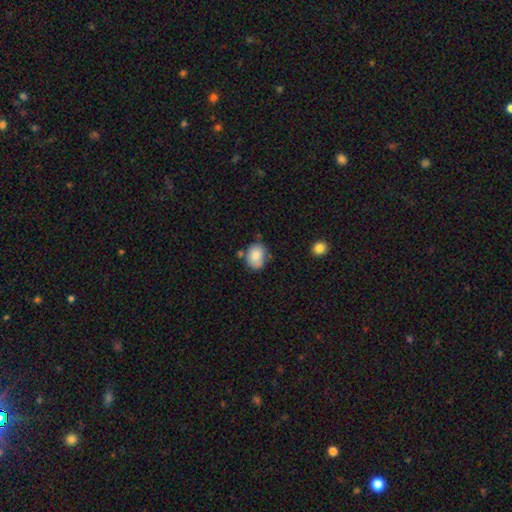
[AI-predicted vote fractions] smooth_or_featured: smooth (p=0.84) [alt: featured or disk p=0.09]
how_rounded: in between (p=0.65) [alt: round p=0.34]
merging: none (p=0.65) [alt: minor disturbance p=0.22]